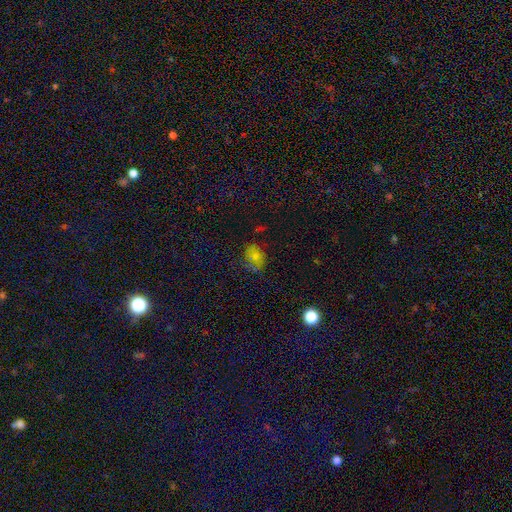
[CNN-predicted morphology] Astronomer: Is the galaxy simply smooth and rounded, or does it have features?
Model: smooth — 51% (runner-up: star or artifact, 31%).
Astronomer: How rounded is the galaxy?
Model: in between — 60% (runner-up: round, 38%).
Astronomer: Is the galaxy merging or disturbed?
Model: none — 60%.